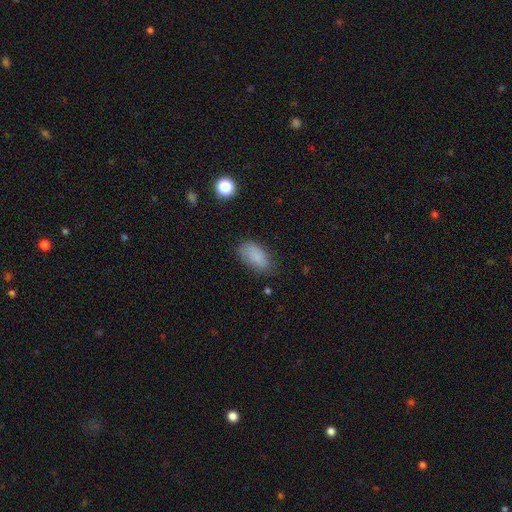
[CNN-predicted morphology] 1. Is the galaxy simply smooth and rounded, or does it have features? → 86% smooth, 8% star or artifact, 6% featured or disk.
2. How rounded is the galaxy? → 92% in between, 5% cigar-shaped, 3% round.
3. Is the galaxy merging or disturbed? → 71% none, 22% minor disturbance, 5% major disturbance, 2% merger.